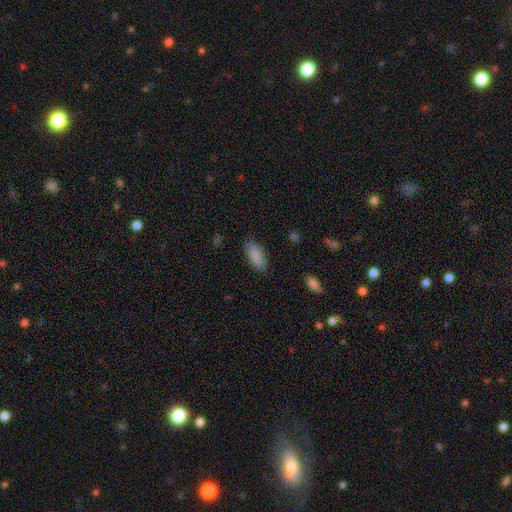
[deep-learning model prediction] smooth 87%, star or artifact 6%, featured or disk 6%. Down the decision tree: how rounded — in between (88%); merging — none (83%).